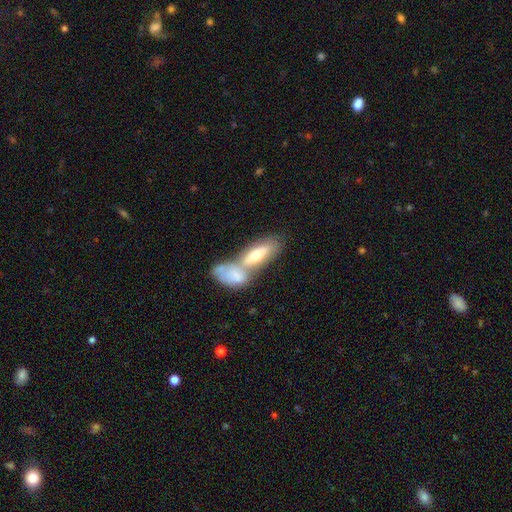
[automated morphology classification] smooth 58%, featured or disk 37%, star or artifact 5%. Down the decision tree: how rounded — in between (74%); merging — merger (62%).